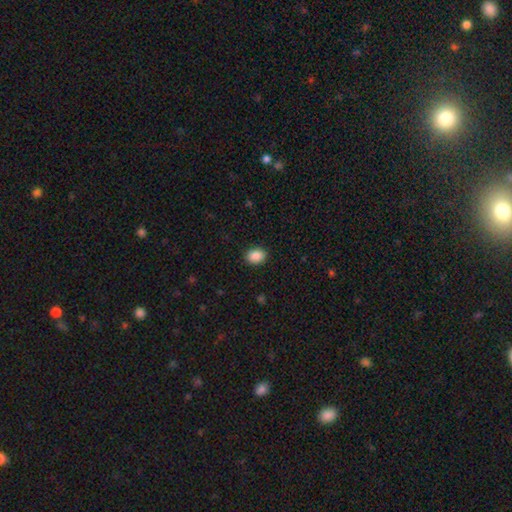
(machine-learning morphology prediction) This is clearly a smooth galaxy (89%). How rounded: likely in between (66%). Merging: clearly none (90%).